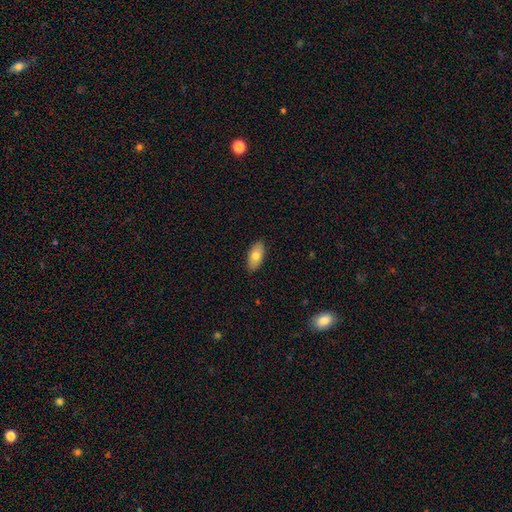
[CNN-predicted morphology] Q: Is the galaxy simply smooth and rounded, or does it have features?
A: smooth — 76%.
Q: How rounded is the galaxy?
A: in between — 91%.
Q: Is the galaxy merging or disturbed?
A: none — 88%.